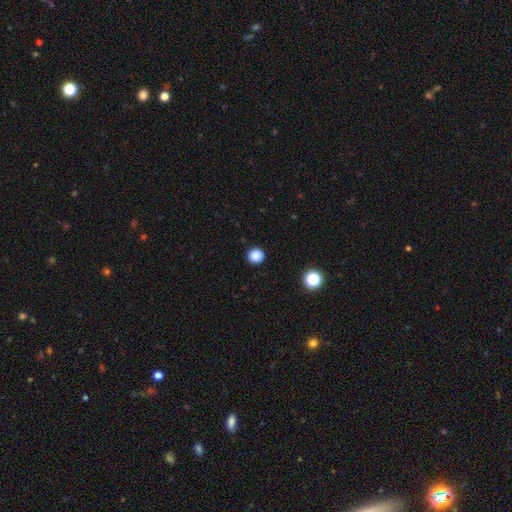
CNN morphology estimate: Smooth or featured: smooth — 87% (star or artifact — 11%)
How rounded: round — 94% (in between — 5%)
Merging: none — 93% (minor disturbance — 5%)